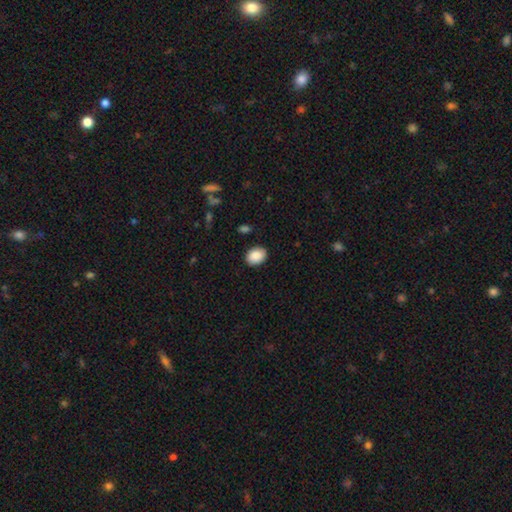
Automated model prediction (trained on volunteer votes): Smooth or featured? Predicted: smooth (p=0.90). How rounded? Predicted: in between (p=0.71). Merging? Predicted: none (p=0.87).